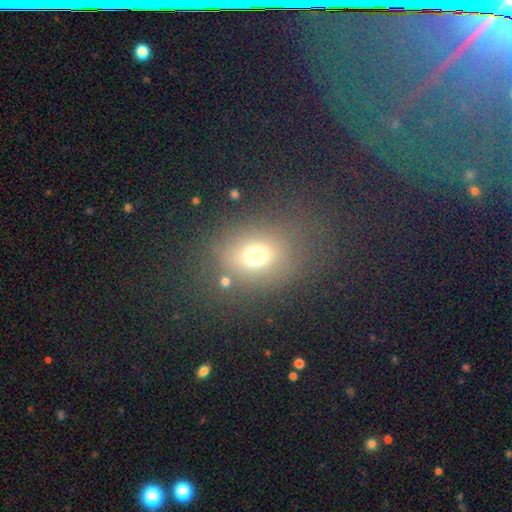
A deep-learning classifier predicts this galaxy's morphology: type=smooth (69%); roundness=in between (52%); merging=none (68%).